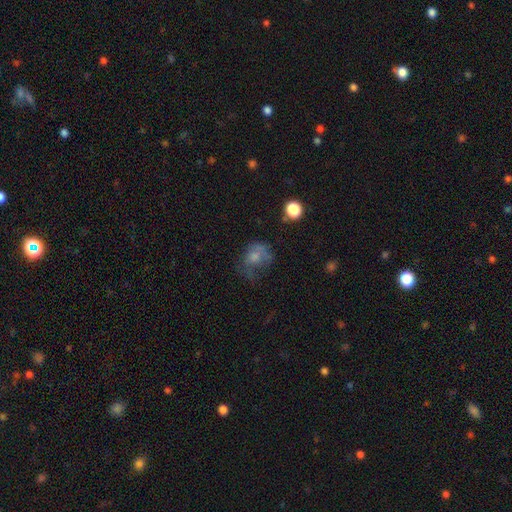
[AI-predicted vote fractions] smooth 58%, featured or disk 27%, star or artifact 14%. Down the decision tree: how rounded — round (51%); merging — major disturbance (41%).